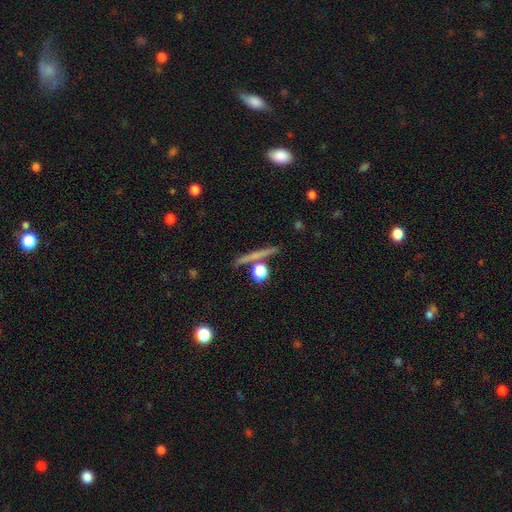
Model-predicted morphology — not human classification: smooth-or-featured: featured or disk: 45% | smooth: 43% | star or artifact: 12%
  merging: none: 83% | minor disturbance: 8% | merger: 7% | major disturbance: 3%